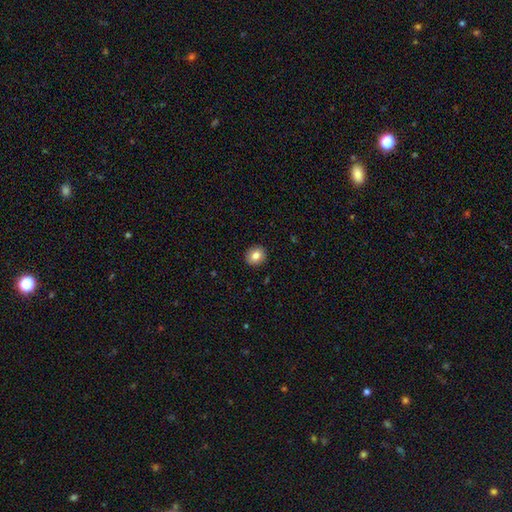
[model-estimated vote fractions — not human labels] smooth_or_featured: smooth (p=0.81) [alt: featured or disk p=0.10]
how_rounded: round (p=0.78) [alt: in between p=0.21]
merging: none (p=0.91) [alt: minor disturbance p=0.06]